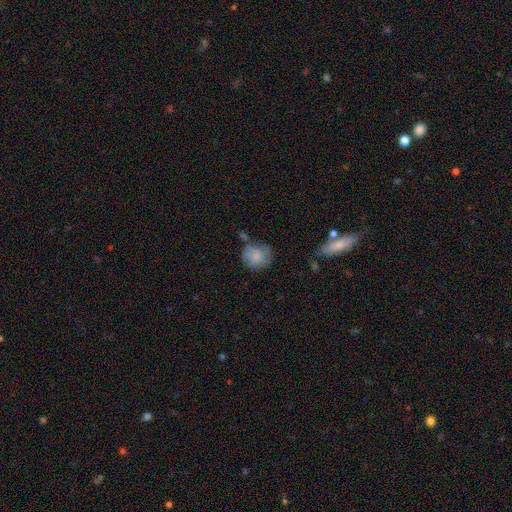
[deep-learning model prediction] Smooth or featured? Predicted: smooth (p=0.65). How rounded? Predicted: round (p=0.77). Merging? Predicted: none (p=0.52).